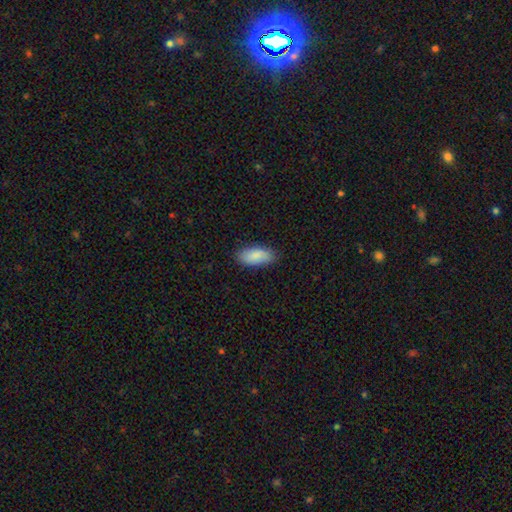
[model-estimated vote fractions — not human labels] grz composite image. It shows a smooth galaxy with no disk features (88%) that is in between round and cigar-shaped (90%). Merging: none (84%).